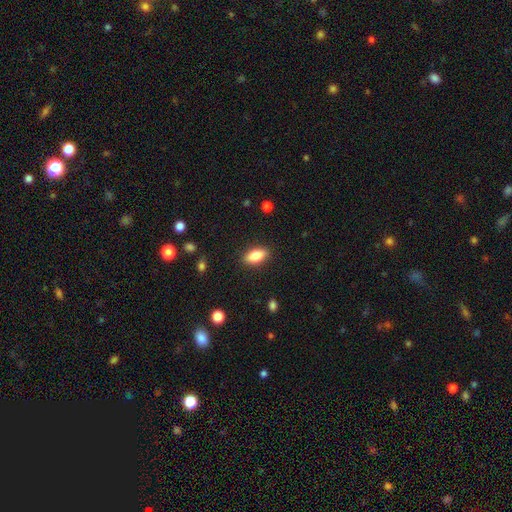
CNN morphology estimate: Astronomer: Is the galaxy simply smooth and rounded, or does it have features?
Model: smooth — 81%.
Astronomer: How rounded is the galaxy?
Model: in between — 86%.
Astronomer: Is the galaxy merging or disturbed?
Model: none — 88%.